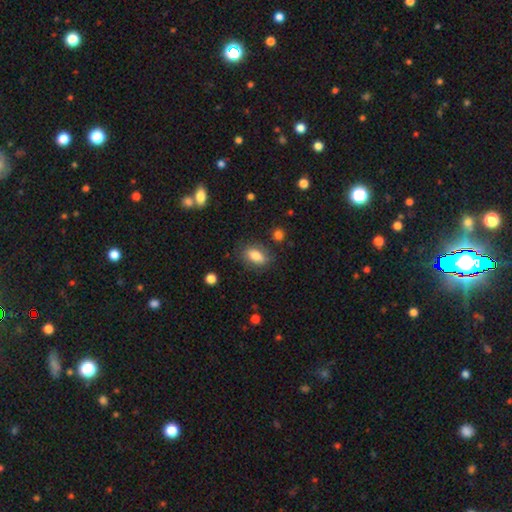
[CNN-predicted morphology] type=smooth (82%); roundness=in between (86%); merging=none (78%).